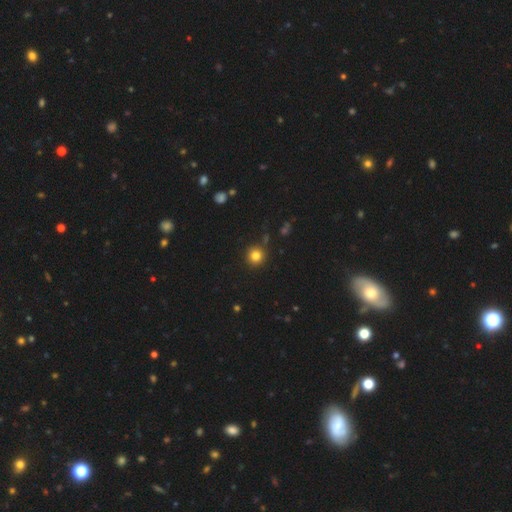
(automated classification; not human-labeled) Overall: smooth (81%). How rounded: round (94%). Merging: none (89%).